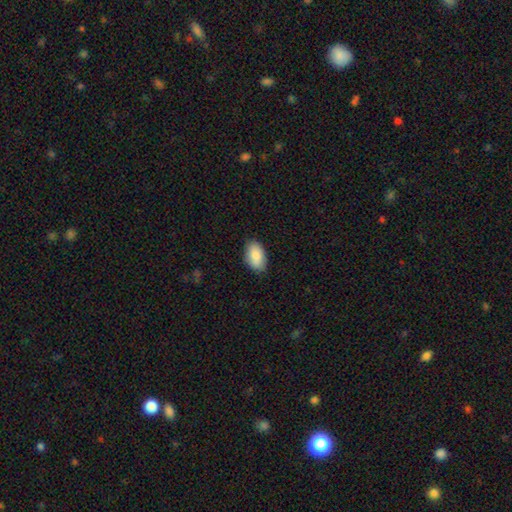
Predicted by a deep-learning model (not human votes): A smooth galaxy with no disk features (87%) that is in between round and cigar-shaped (93%).

Vote fractions:
- Smooth or featured? smooth: 87% / featured or disk: 6% / star or artifact: 6%
- How rounded? in between: 93% / round: 5% / cigar-shaped: 2%
- Merging? none: 84% / minor disturbance: 13% / major disturbance: 2% / merger: 1%